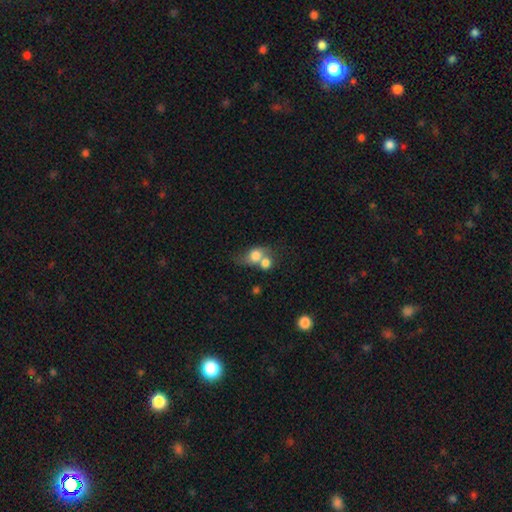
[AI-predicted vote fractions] The model was most divided on "how rounded": in between: 49%, round: 48%, cigar-shaped: 2%. More confident: smooth or featured — smooth (71%); merging — merger (60%).